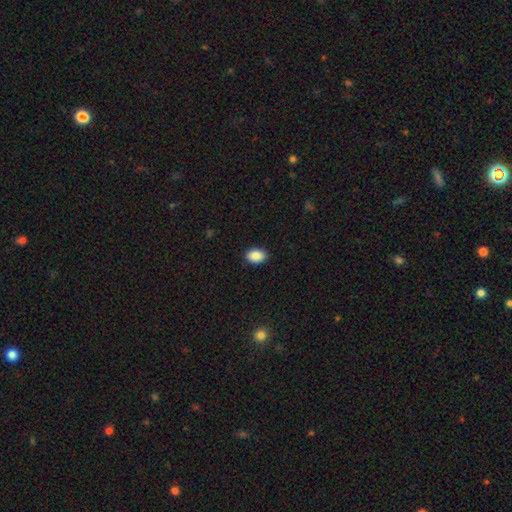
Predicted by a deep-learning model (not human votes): The model was most divided on "how rounded": in between: 83%, round: 15%, cigar-shaped: 1%. More confident: merging — none (90%); smooth or featured — smooth (90%).